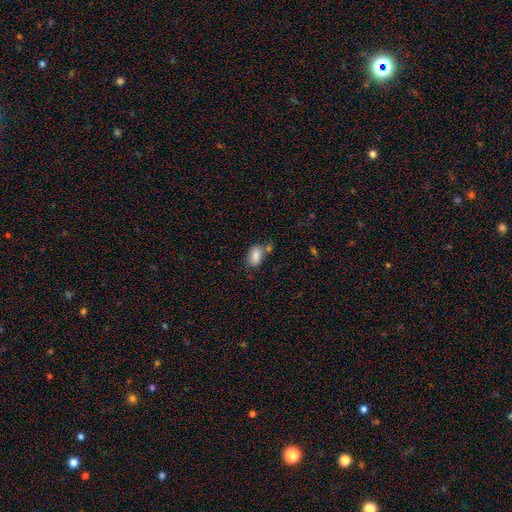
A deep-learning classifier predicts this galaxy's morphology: type=smooth (82%); roundness=in between (87%); merging=none (54%).